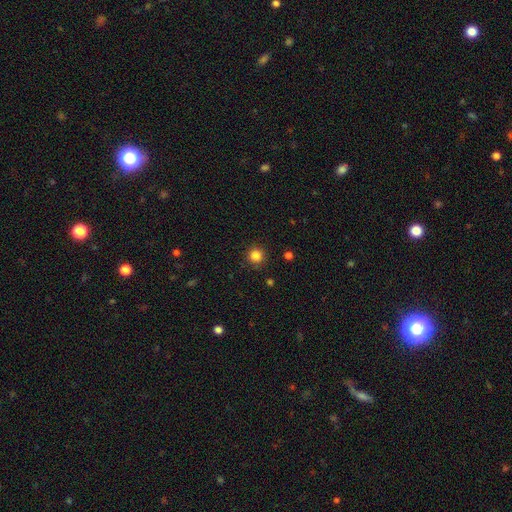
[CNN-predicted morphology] Smooth or featured: smooth — 84% (star or artifact — 12%)
How rounded: round — 95% (in between — 4%)
Merging: none — 90% (minor disturbance — 6%)